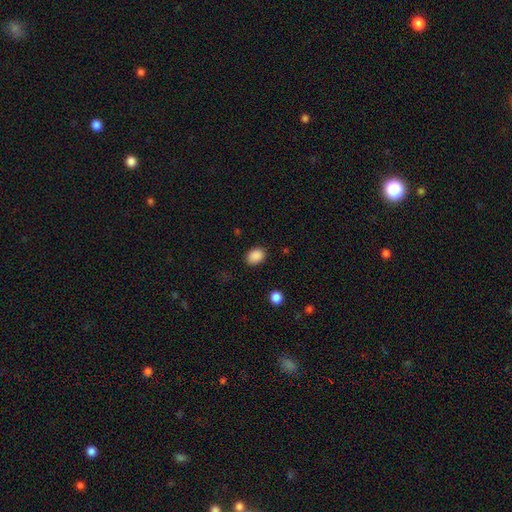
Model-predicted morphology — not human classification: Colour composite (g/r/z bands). It shows a smooth galaxy with no disk features (88%) that is in between round and cigar-shaped (63%). Merging: none (86%).